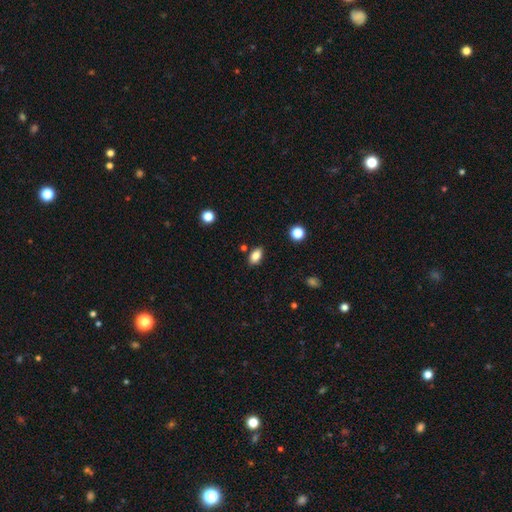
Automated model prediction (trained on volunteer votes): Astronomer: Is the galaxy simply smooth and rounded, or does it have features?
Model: smooth — 84%.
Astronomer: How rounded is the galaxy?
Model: in between — 89%.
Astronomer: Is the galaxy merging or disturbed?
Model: none — 84%.